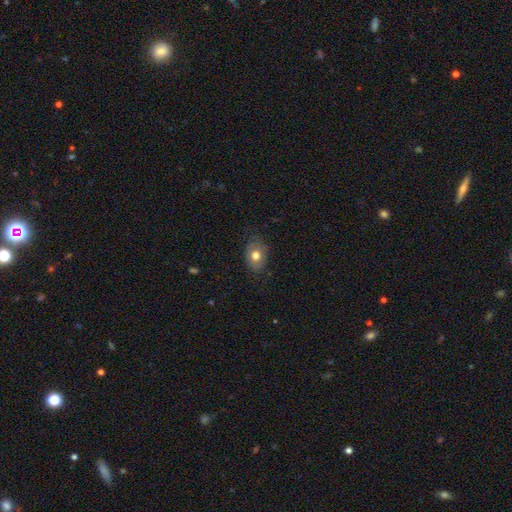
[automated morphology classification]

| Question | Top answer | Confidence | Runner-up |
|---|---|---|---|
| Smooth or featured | smooth | 74% | featured or disk (17%) |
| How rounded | in between | 70% | round (28%) |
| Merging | none | 75% | minor disturbance (19%) |